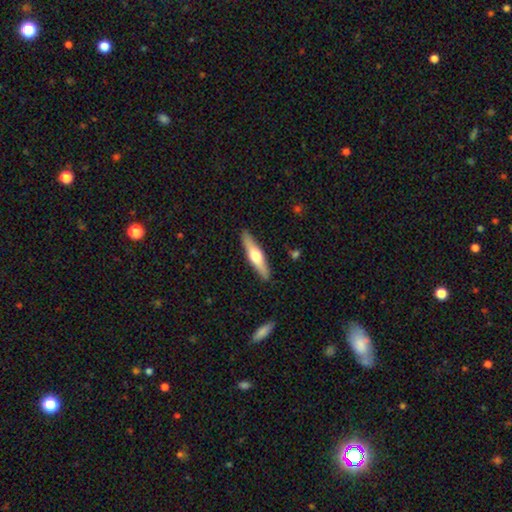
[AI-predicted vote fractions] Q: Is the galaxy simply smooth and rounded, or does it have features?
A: featured or disk — 53%.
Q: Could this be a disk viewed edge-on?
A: yes — 94%.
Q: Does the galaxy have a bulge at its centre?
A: rounded — 93%.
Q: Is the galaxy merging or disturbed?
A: none — 90%.